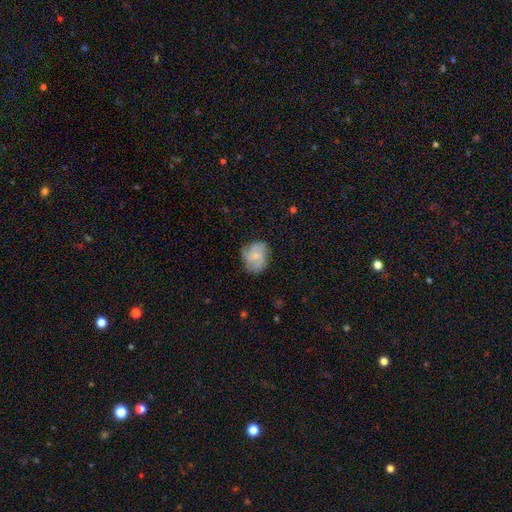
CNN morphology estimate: This is possibly a featured or disk galaxy (52%). It is clearly not viewed edge-on (97%). Bar: likely no (71%). Spiral arm pattern: clearly yes (84%). Central bulge: likely small (64%). Merging: likely none (69%).